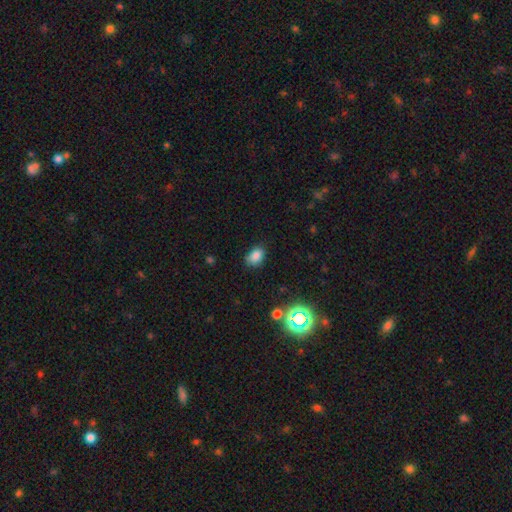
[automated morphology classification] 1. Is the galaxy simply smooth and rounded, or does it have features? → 80% smooth, 14% star or artifact, 6% featured or disk.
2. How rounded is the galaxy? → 77% in between, 22% round, 1% cigar-shaped.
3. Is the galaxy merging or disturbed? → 77% none, 17% minor disturbance, 4% major disturbance, 2% merger.